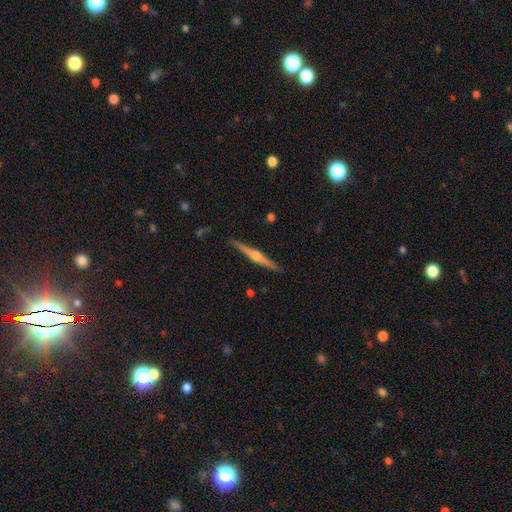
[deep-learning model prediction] Smooth or featured? featured or disk (81%)
Edge-on disk? yes (99%)
Edge-on bulge? rounded (90%)
Merging? none (92%)